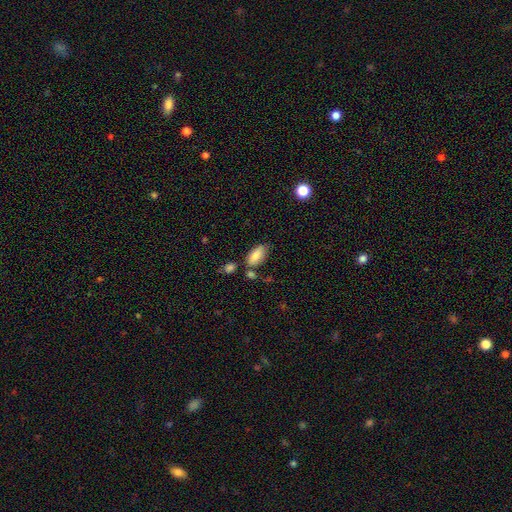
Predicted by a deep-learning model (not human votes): Q: Smooth or featured?
A: smooth (80%); runner-up: featured or disk (13%)
Q: How rounded?
A: in between (89%); runner-up: cigar-shaped (8%)
Q: Merging?
A: none (65%); runner-up: minor disturbance (19%)